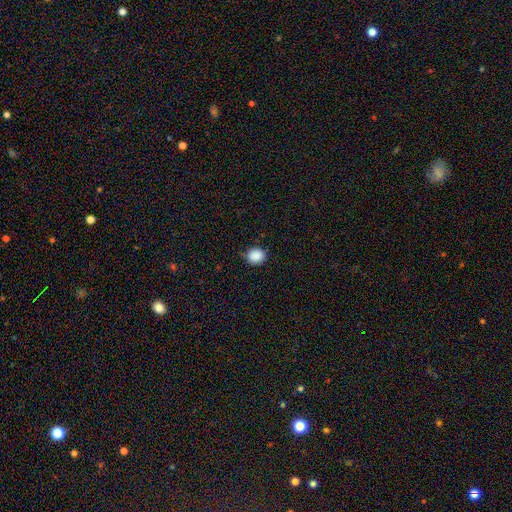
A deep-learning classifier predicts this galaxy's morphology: A smooth galaxy with no disk features (88%) that is round (80%).

Vote fractions:
- Smooth or featured? smooth: 88% / star or artifact: 9% / featured or disk: 3%
- How rounded? round: 80% / in between: 19% / cigar-shaped: 1%
- Merging? none: 80% / minor disturbance: 16% / major disturbance: 3% / merger: 1%